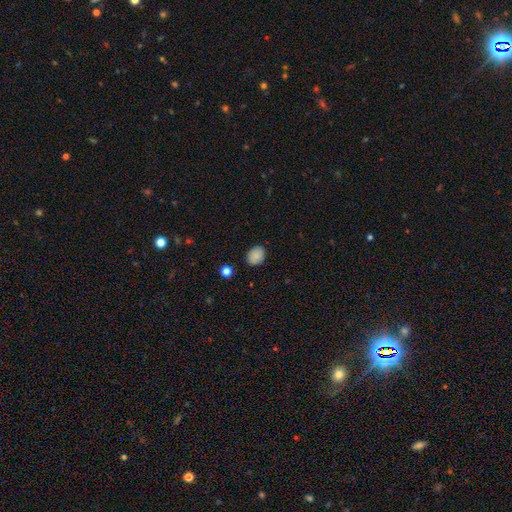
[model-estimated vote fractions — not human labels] smooth-or-featured: smooth: 87% | star or artifact: 9% | featured or disk: 4%
  how-rounded: in between: 56% | round: 43% | cigar-shaped: 1%
  merging: none: 85% | minor disturbance: 11% | major disturbance: 2% | merger: 1%